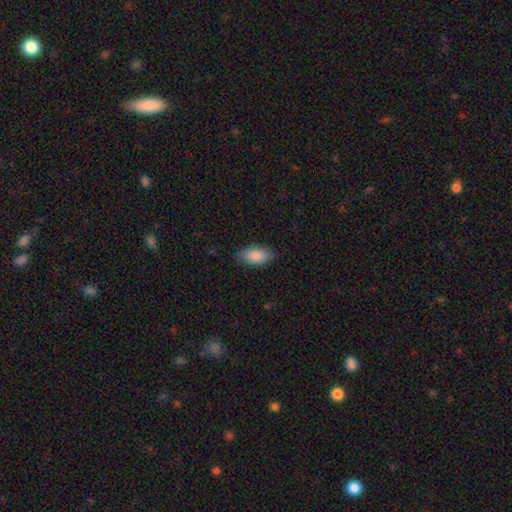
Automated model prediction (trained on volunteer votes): A smooth galaxy with no disk features (87%) that is in between round and cigar-shaped (94%). Merging: none (83%).